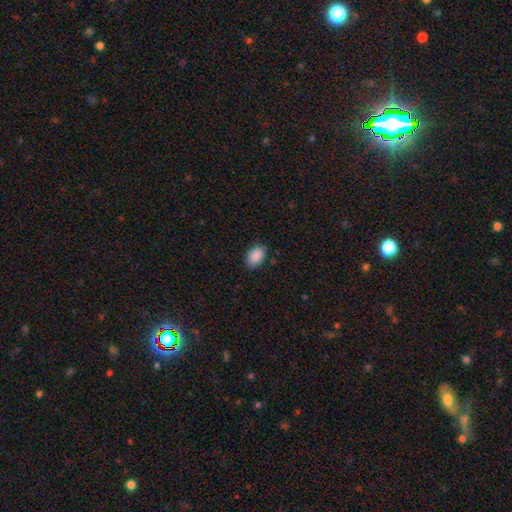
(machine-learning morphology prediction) A smooth galaxy with no disk features (90%) that is in between round and cigar-shaped (90%).

Vote fractions:
- Smooth or featured? smooth: 90% / star or artifact: 7% / featured or disk: 3%
- How rounded? in between: 90% / round: 9% / cigar-shaped: 1%
- Merging? none: 86% / minor disturbance: 10% / major disturbance: 2% / merger: 1%